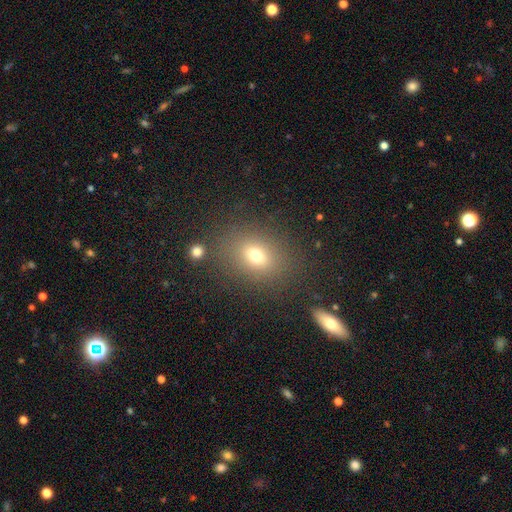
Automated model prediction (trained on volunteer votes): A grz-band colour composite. It shows a smooth galaxy with no disk features (71%) that is in between round and cigar-shaped (61%). Merging: none (81%).